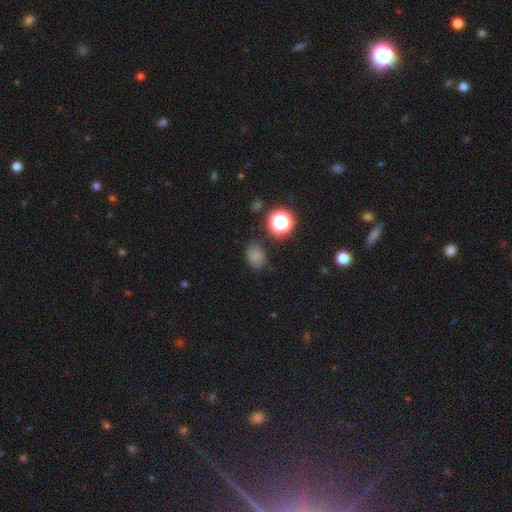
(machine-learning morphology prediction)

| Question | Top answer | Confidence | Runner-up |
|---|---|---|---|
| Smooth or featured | smooth | 74% | star or artifact (20%) |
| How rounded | in between | 60% | round (39%) |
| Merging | none | 74% | minor disturbance (18%) |